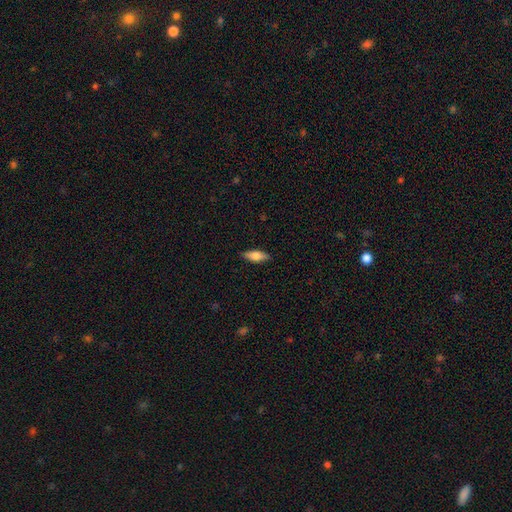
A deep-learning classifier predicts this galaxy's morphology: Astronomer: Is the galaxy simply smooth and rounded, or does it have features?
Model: smooth — 68%.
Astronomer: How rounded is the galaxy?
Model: in between — 65%.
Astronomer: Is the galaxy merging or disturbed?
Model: none — 88%.